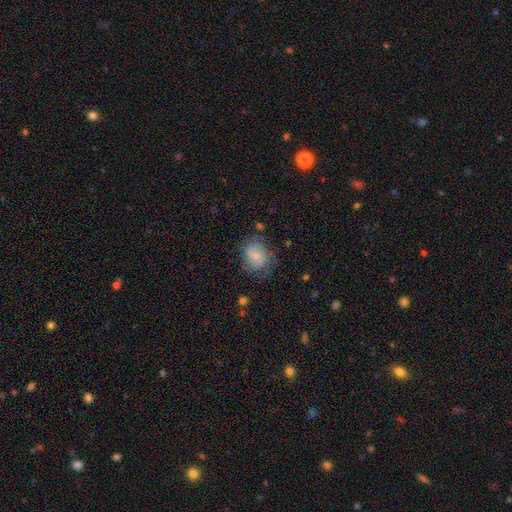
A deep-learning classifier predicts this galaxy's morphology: A smooth galaxy with no disk features (56%) that is round (53%).

Vote fractions:
- Smooth or featured? smooth: 56% / featured or disk: 36% / star or artifact: 8%
- How rounded? round: 53% / in between: 46% / cigar-shaped: 1%
- Merging? none: 65% / minor disturbance: 23% / major disturbance: 10% / merger: 2%